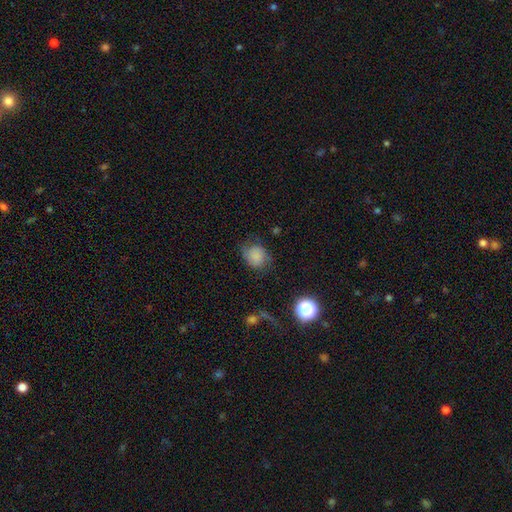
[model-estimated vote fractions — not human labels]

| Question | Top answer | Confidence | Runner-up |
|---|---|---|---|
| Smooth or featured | smooth | 76% | featured or disk (14%) |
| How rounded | round | 69% | in between (30%) |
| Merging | none | 65% | minor disturbance (24%) |